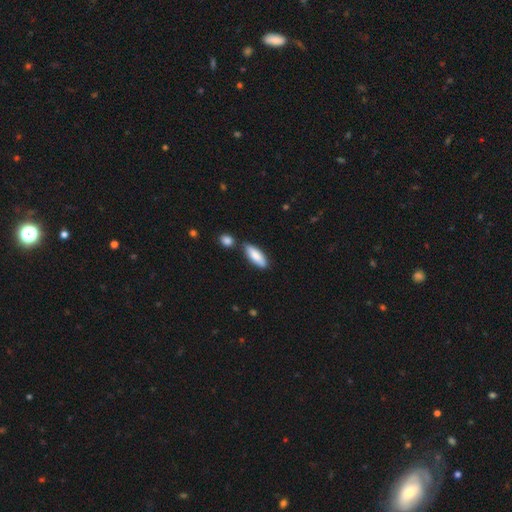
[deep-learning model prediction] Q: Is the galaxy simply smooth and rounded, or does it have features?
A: smooth — 82%.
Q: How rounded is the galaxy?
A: in between — 58%.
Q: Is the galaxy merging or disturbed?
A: none — 72%.